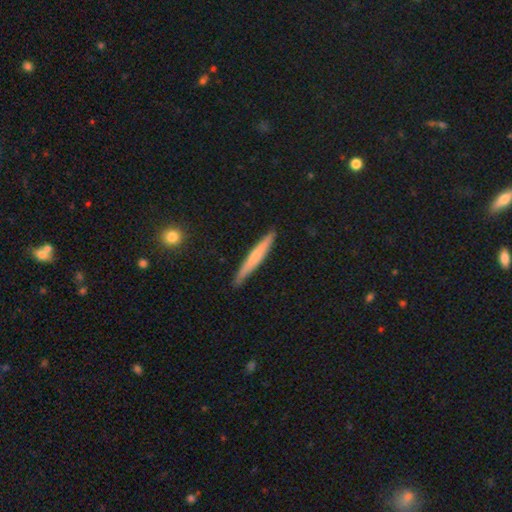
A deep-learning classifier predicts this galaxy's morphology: The model was most divided on "smooth or featured": smooth: 58%, featured or disk: 36%, star or artifact: 5%. More confident: how rounded — cigar-shaped (96%); merging — none (88%).